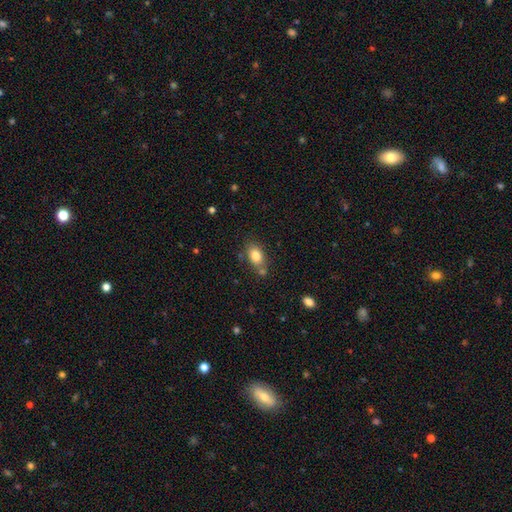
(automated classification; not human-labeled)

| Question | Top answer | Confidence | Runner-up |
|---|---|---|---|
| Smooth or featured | smooth | 82% | featured or disk (9%) |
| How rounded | in between | 82% | round (16%) |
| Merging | none | 68% | minor disturbance (15%) |